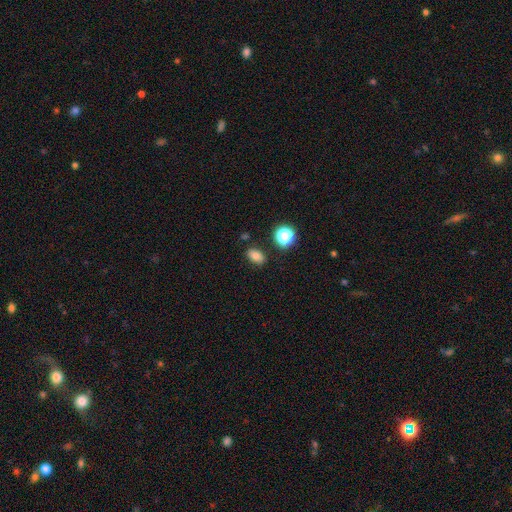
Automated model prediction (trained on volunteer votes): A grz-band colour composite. It shows a smooth galaxy with no disk features (77%) that is in between round and cigar-shaped (82%). Merging: none (84%).